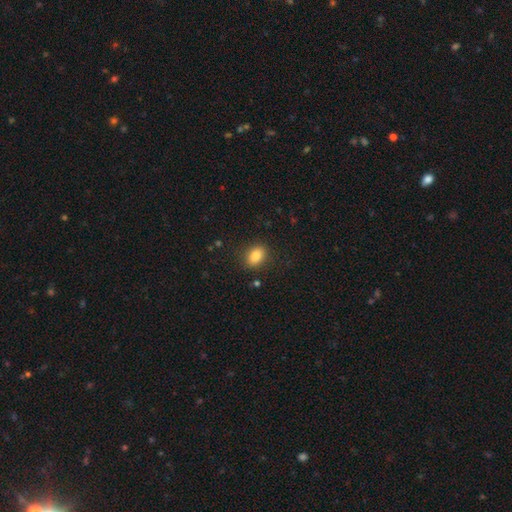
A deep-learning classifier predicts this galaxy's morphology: Q: Smooth or featured?
A: smooth (85%); runner-up: star or artifact (9%)
Q: How rounded?
A: in between (75%); runner-up: round (24%)
Q: Merging?
A: none (85%); runner-up: minor disturbance (10%)